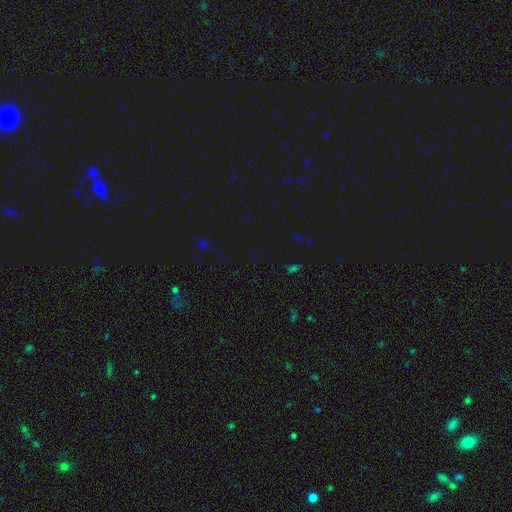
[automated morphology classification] This appears to be a star or artifact, not a galaxy (72%).